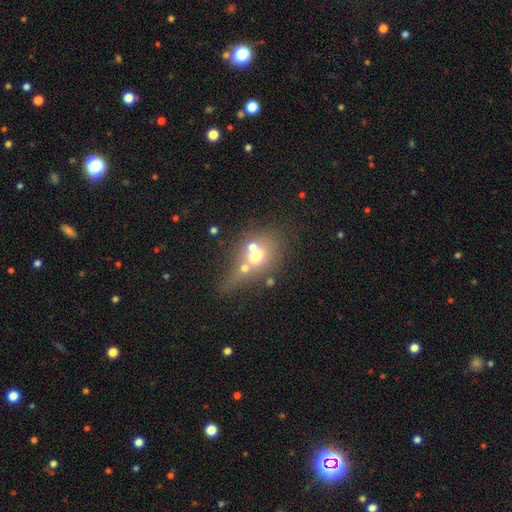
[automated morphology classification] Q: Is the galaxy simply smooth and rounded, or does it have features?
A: smooth — 55%.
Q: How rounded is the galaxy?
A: round — 61%.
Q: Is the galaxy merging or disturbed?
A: merger — 52%.